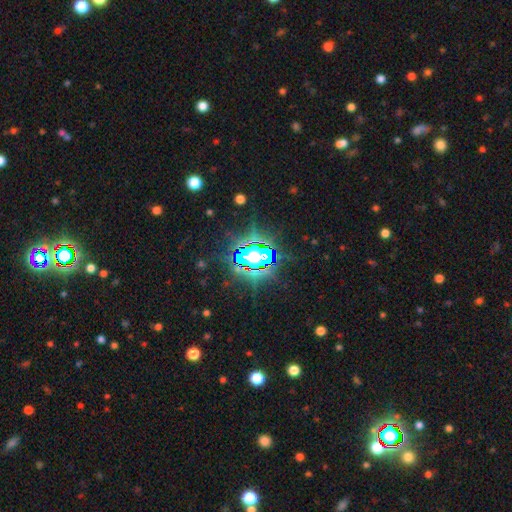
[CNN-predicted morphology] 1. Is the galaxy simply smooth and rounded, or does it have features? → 75% star or artifact, 14% smooth, 12% featured or disk.